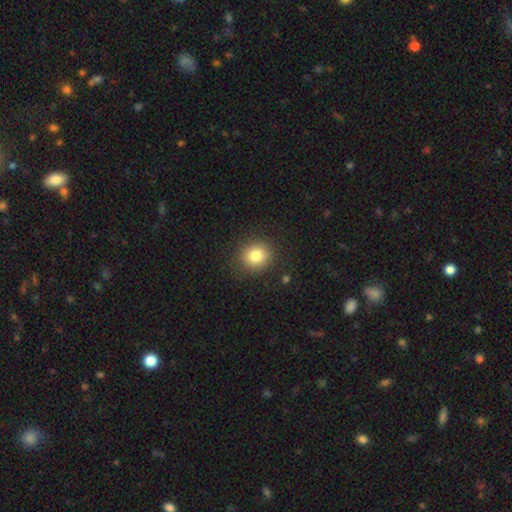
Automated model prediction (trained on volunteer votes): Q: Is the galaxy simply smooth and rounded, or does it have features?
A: smooth — 82%.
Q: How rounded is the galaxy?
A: round — 83%.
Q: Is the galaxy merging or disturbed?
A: none — 87%.